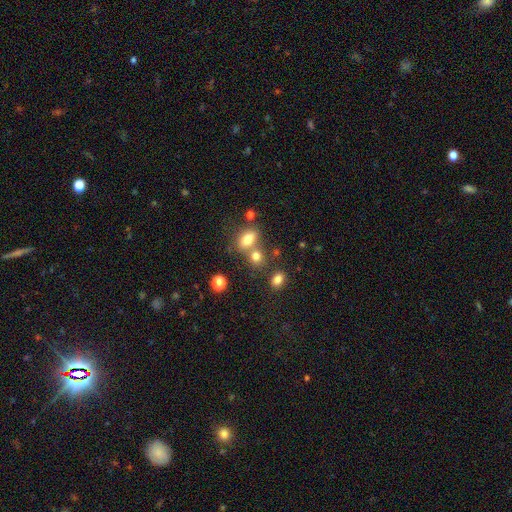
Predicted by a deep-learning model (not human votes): This is likely a smooth galaxy (71%). How rounded: likely in between (68%). Merging: possibly none (53%).